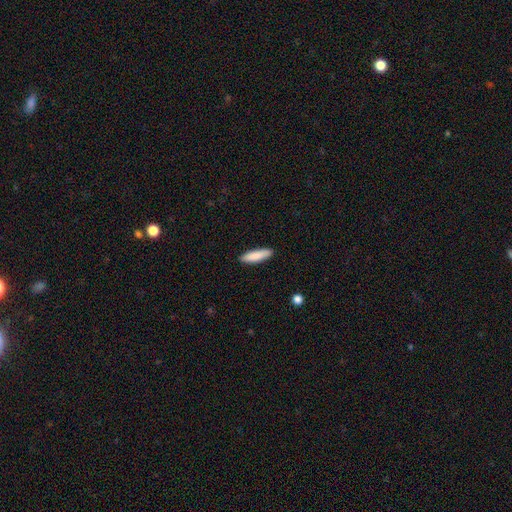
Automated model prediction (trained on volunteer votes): smooth_or_featured: smooth (p=0.87) [alt: featured or disk p=0.08]
how_rounded: cigar-shaped (p=0.67) [alt: in between p=0.31]
merging: none (p=0.89) [alt: minor disturbance p=0.08]